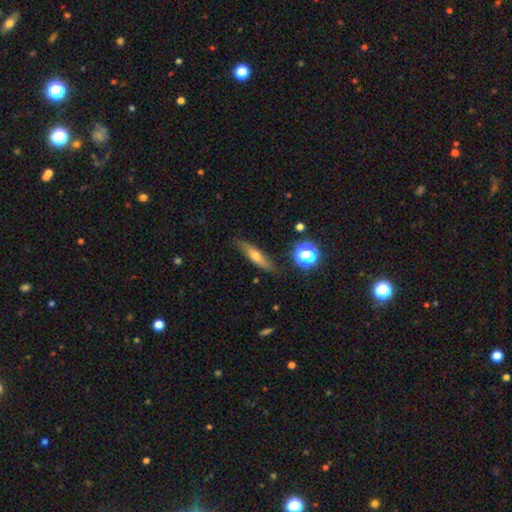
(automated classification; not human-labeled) The model was most divided on "smooth or featured": smooth: 50%, featured or disk: 41%, star or artifact: 8%. More confident: merging — none (84%); how rounded — cigar-shaped (75%).